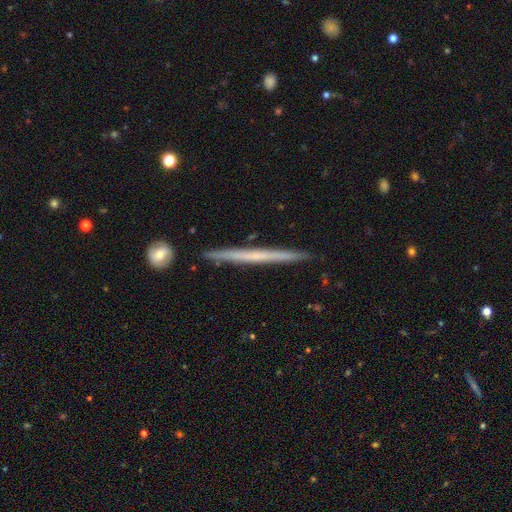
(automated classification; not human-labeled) smooth_or_featured: featured or disk (p=0.55) [alt: smooth p=0.39]
disk_edge_on: yes (p=0.97) [alt: no p=0.03]
edge_on_bulge: none (p=0.89) [alt: rounded p=0.08]
merging: none (p=0.90) [alt: minor disturbance p=0.07]